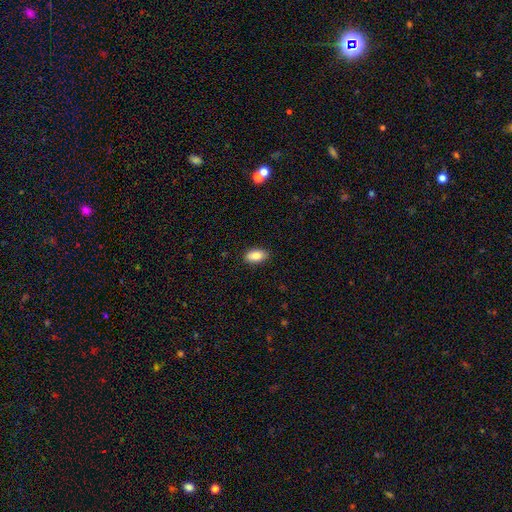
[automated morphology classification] Overall: smooth (85%). How rounded: in between (92%). Merging: none (88%).